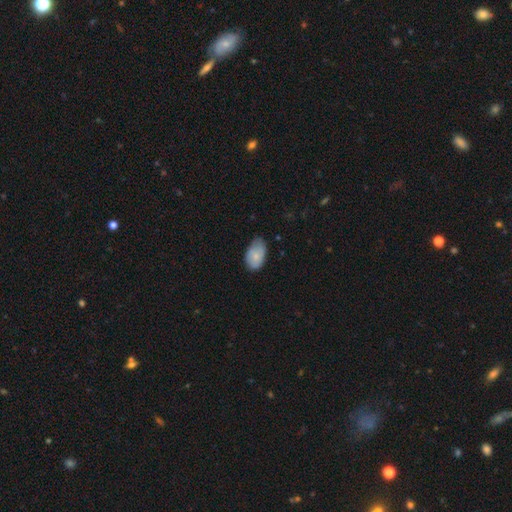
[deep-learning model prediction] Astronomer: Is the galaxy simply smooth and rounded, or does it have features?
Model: smooth — 77%.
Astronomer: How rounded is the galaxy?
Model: in between — 92%.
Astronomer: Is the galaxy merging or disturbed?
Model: none — 52% (runner-up: minor disturbance, 40%).